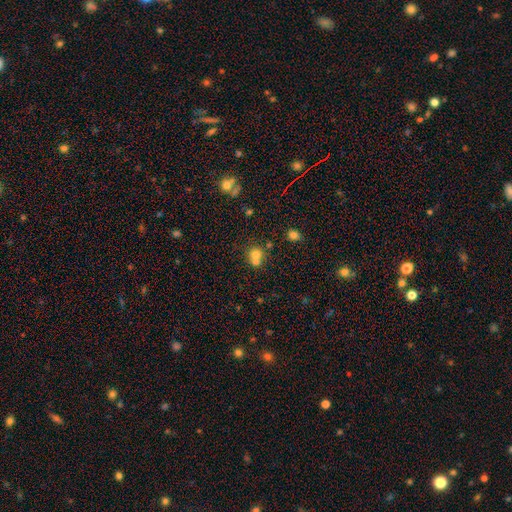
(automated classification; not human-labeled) Smooth or featured?
  - smooth: 70% *
  - featured or disk: 15%
  - star or artifact: 15%
How rounded?
  - round: 82% *
  - in between: 17%
  - cigar-shaped: 1%
Merging?
  - merger: 54% *
  - none: 37%
  - minor disturbance: 6%
  - major disturbance: 3%